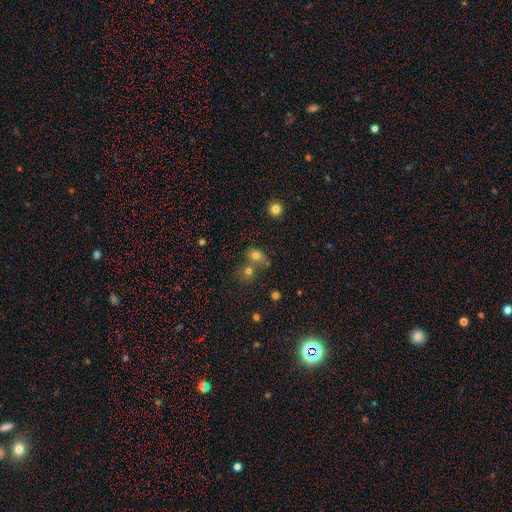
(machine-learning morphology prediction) Smooth or featured: smooth — 54% (star or artifact — 32%)
How rounded: round — 75% (in between — 23%)
Merging: merger — 43% (none — 42%)